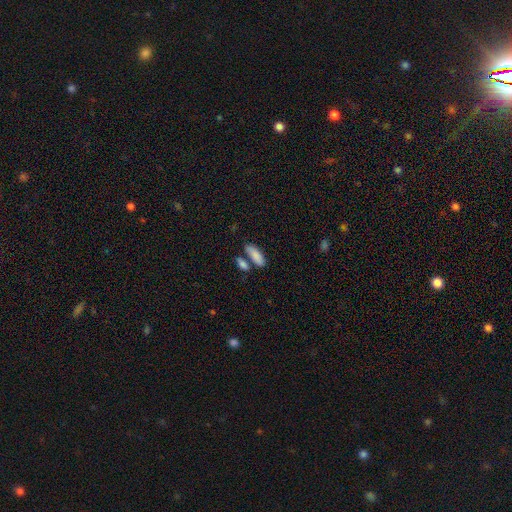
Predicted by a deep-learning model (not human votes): Q: Smooth or featured?
A: smooth (86%); runner-up: featured or disk (8%)
Q: How rounded?
A: in between (71%); runner-up: cigar-shaped (26%)
Q: Merging?
A: none (59%); runner-up: merger (25%)